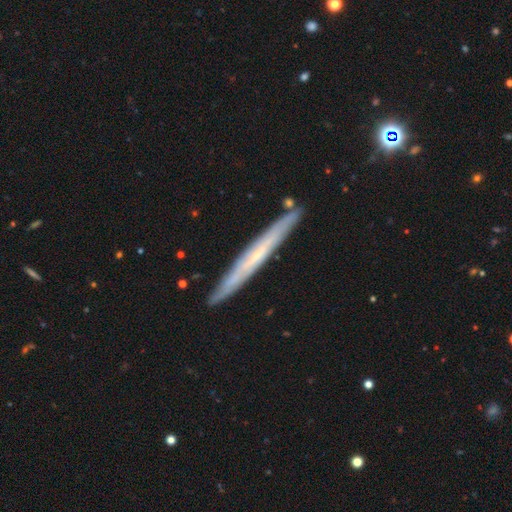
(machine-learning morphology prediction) type=featured or disk (63%); edge-on=yes (91%); edge-on bulge=none (73%); merging=none (88%).